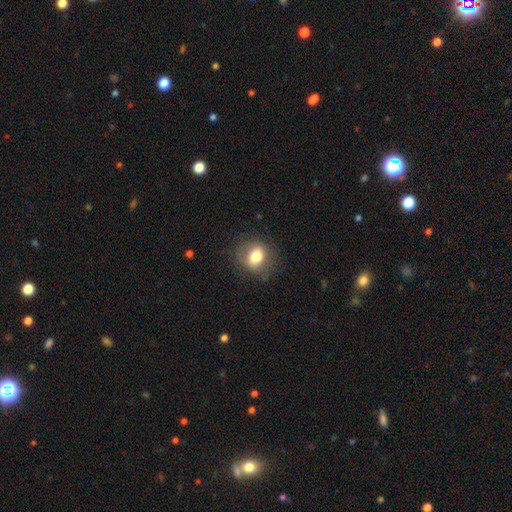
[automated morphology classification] smooth 71%, featured or disk 19%, star or artifact 10%. Down the decision tree: how rounded — round (60%); merging — none (79%).